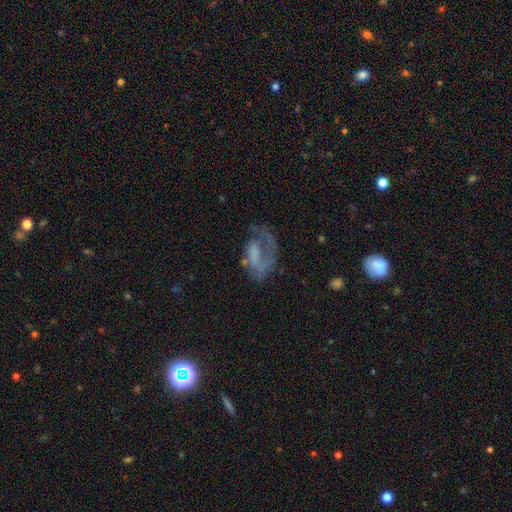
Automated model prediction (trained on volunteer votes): This is likely a featured or disk galaxy (62%). It is clearly not viewed edge-on (96%). Bar: likely no (62%). Spiral arm pattern: likely yes (66%). Central bulge: possibly none (58%). Merging: marginally major disturbance (42%).